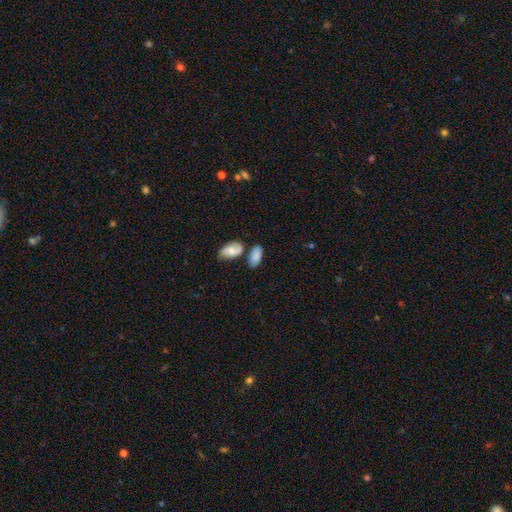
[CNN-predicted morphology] smooth_or_featured: smooth (p=0.76) [alt: featured or disk p=0.17]
how_rounded: in between (p=0.91) [alt: cigar-shaped p=0.05]
merging: none (p=0.53) [alt: merger p=0.21]